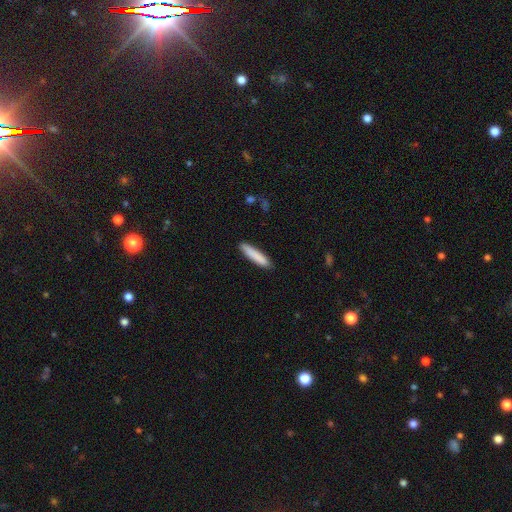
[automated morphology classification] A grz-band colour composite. It shows a smooth galaxy with no disk features (86%) that is cigar-shaped (88%). Merging: none (89%).